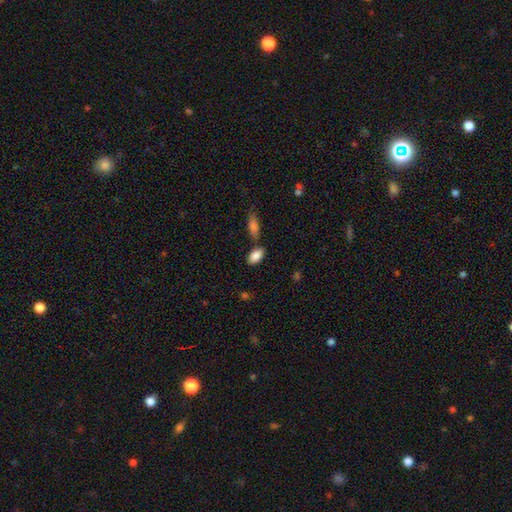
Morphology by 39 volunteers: Overall: smooth (92%). How rounded: in between (92%). Merging: none (68%).